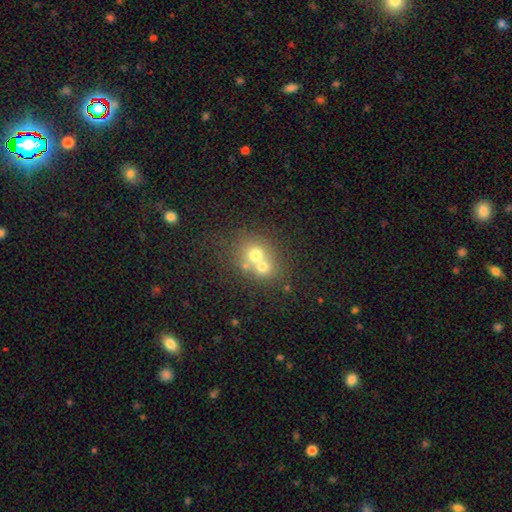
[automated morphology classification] A smooth galaxy with no disk features (64%) that is round (75%).

Vote fractions:
- Smooth or featured? smooth: 64% / featured or disk: 23% / star or artifact: 13%
- How rounded? round: 75% / in between: 24% / cigar-shaped: 1%
- Merging? merger: 60% / none: 31% / minor disturbance: 6% / major disturbance: 3%